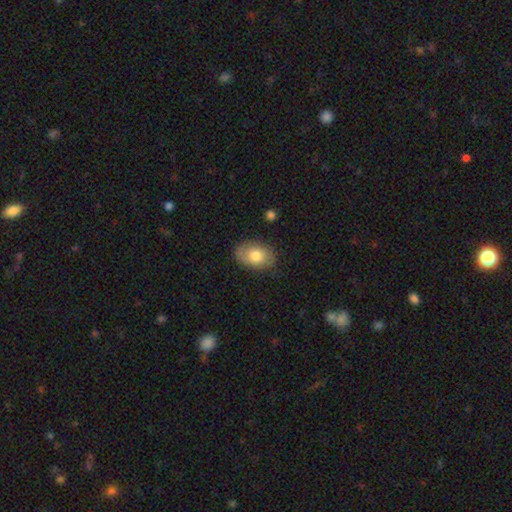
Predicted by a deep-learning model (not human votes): Q: Smooth or featured?
A: smooth (73%); runner-up: featured or disk (20%)
Q: How rounded?
A: in between (86%); runner-up: round (13%)
Q: Merging?
A: none (78%); runner-up: minor disturbance (16%)